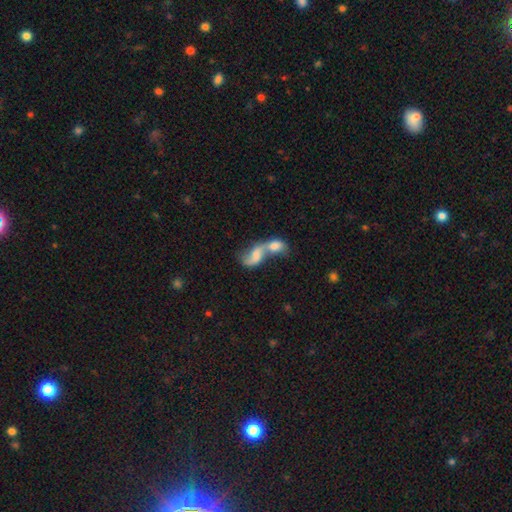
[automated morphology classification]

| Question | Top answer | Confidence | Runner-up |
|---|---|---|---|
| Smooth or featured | featured or disk | 50% | smooth (41%) |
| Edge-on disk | no | 95% | yes (5%) |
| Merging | merger | 81% | none (8%) |